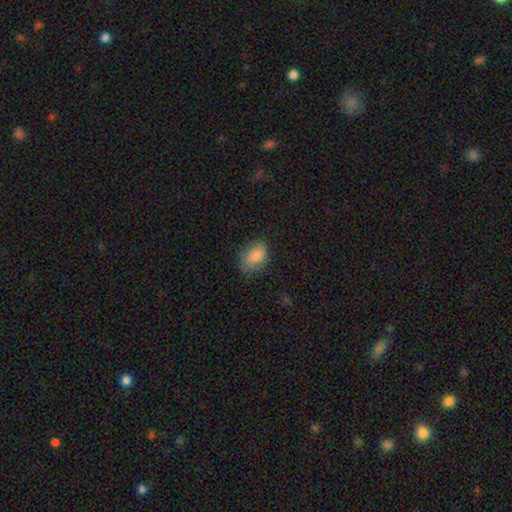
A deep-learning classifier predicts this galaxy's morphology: smooth_or_featured: smooth (p=0.82) [alt: featured or disk p=0.10]
how_rounded: in between (p=0.81) [alt: round p=0.18]
merging: none (p=0.66) [alt: minor disturbance p=0.26]